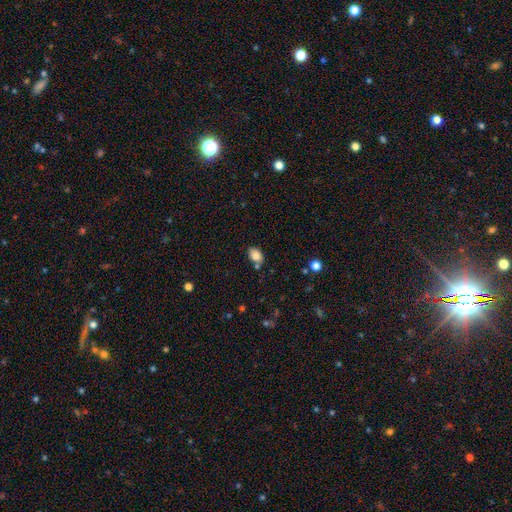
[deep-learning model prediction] smooth-or-featured: smooth: 83% | star or artifact: 9% | featured or disk: 7%
  how-rounded: in between: 82% | round: 17% | cigar-shaped: 1%
  merging: none: 69% | minor disturbance: 17% | merger: 10% | major disturbance: 4%